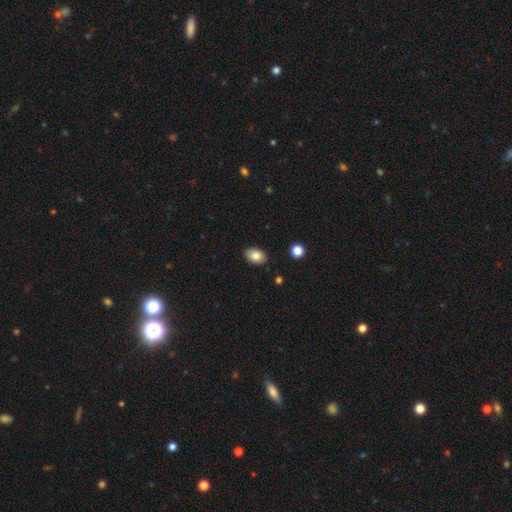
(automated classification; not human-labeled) smooth-or-featured: smooth: 82% | featured or disk: 10% | star or artifact: 8%
  how-rounded: in between: 87% | round: 12% | cigar-shaped: 1%
  merging: none: 88% | minor disturbance: 9% | major disturbance: 2% | merger: 1%